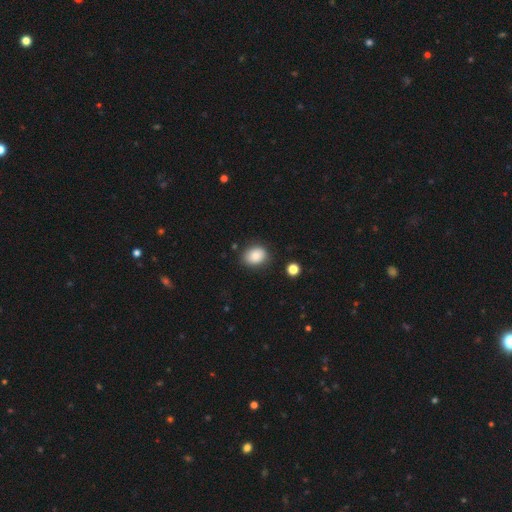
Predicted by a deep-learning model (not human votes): smooth-or-featured: smooth: 86% | star or artifact: 9% | featured or disk: 5%
  how-rounded: in between: 57% | round: 42% | cigar-shaped: 1%
  merging: none: 82% | minor disturbance: 13% | major disturbance: 3% | merger: 2%